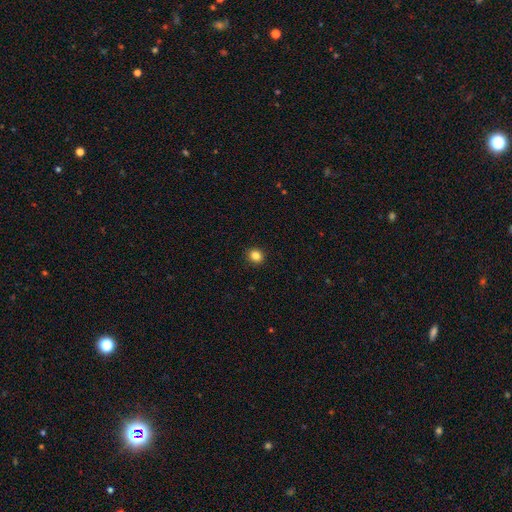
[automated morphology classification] type=smooth (84%); roundness=round (83%); merging=none (92%).